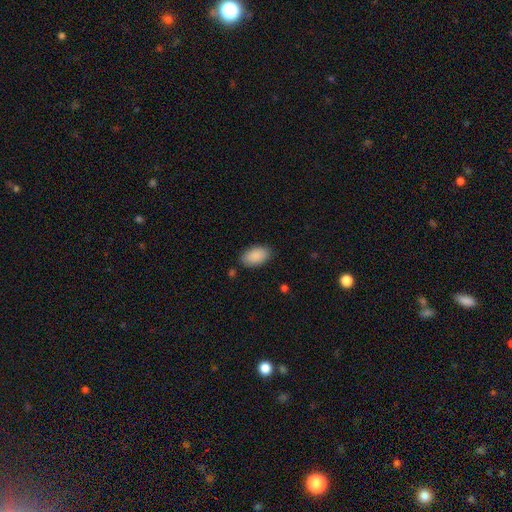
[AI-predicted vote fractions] Smooth or featured?
  - smooth: 90% *
  - star or artifact: 6%
  - featured or disk: 4%
How rounded?
  - in between: 94% *
  - round: 4%
  - cigar-shaped: 2%
Merging?
  - none: 84% *
  - minor disturbance: 11%
  - major disturbance: 3%
  - merger: 2%